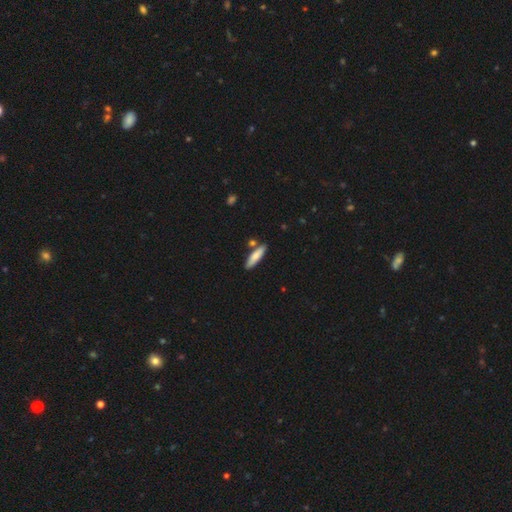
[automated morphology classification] Smooth or featured?
  - smooth: 79% *
  - featured or disk: 16%
  - star or artifact: 6%
How rounded?
  - cigar-shaped: 70% *
  - in between: 28%
  - round: 2%
Merging?
  - none: 80% *
  - minor disturbance: 11%
  - merger: 7%
  - major disturbance: 2%